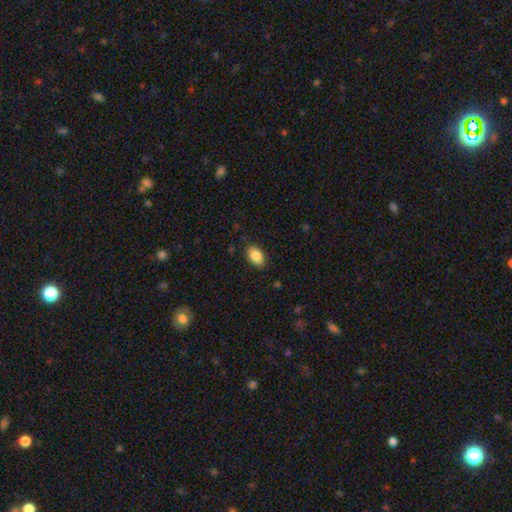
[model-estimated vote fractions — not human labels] Overall: smooth (87%). How rounded: in between (91%). Merging: none (85%).